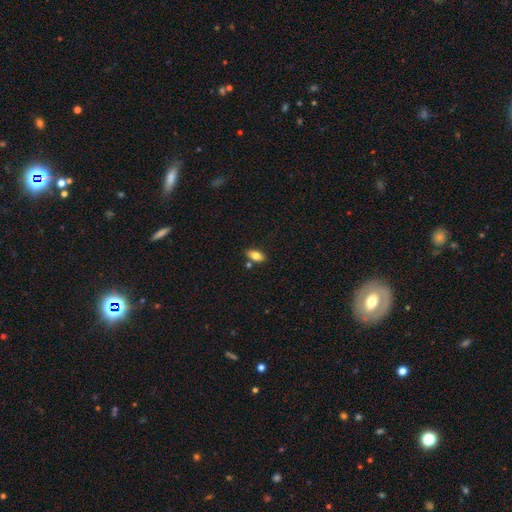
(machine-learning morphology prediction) This appears to be a smooth galaxy with no disk features (77%) that is in between round and cigar-shaped (88%). Merging: none (78%).